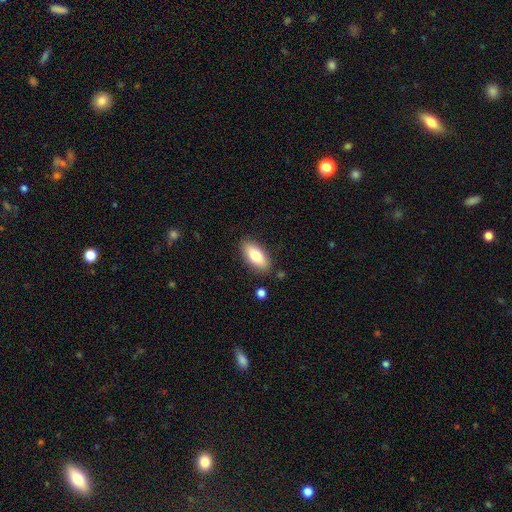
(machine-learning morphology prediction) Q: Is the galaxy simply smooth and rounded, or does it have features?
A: smooth — 79%.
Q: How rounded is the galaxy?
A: in between — 87%.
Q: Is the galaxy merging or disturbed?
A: none — 86%.